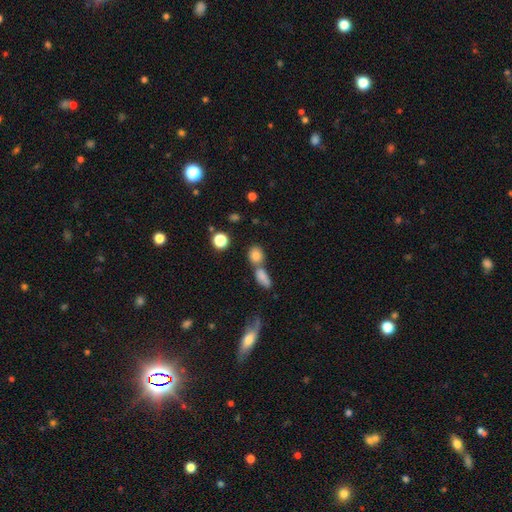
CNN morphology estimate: Q: Smooth or featured?
A: smooth (81%); runner-up: star or artifact (12%)
Q: How rounded?
A: round (59%); runner-up: in between (37%)
Q: Merging?
A: none (47%); runner-up: merger (41%)